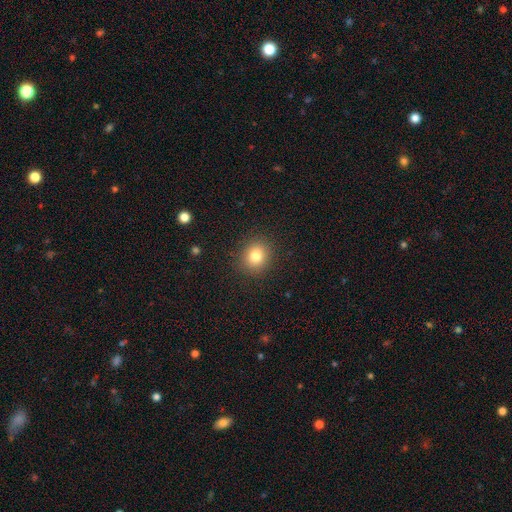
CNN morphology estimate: A smooth galaxy with no disk features (80%) that is round (80%).

Vote fractions:
- Smooth or featured? smooth: 80% / star or artifact: 12% / featured or disk: 8%
- How rounded? round: 80% / in between: 19% / cigar-shaped: 1%
- Merging? none: 89% / minor disturbance: 7% / major disturbance: 3% / merger: 1%